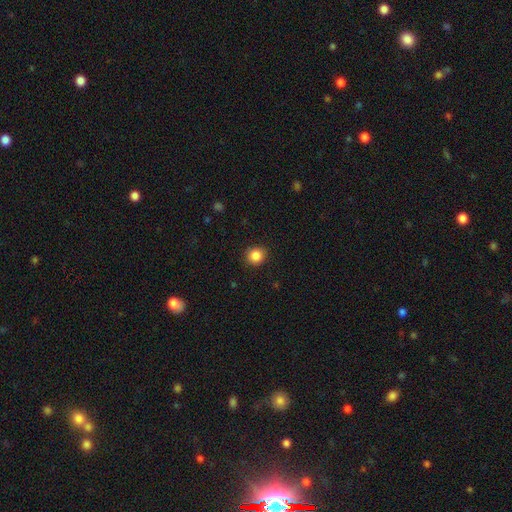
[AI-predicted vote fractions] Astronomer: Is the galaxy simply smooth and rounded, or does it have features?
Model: smooth — 86%.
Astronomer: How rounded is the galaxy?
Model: round — 86%.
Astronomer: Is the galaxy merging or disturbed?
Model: none — 91%.